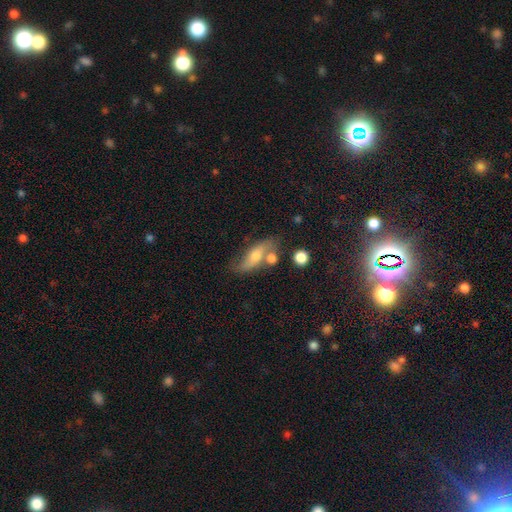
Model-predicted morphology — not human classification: Smooth or featured?
  - featured or disk: 51% *
  - smooth: 40%
  - star or artifact: 9%
Edge-on disk?
  - no: 77% *
  - yes: 23%
Merging?
  - none: 52% *
  - minor disturbance: 22%
  - merger: 17%
  - major disturbance: 10%